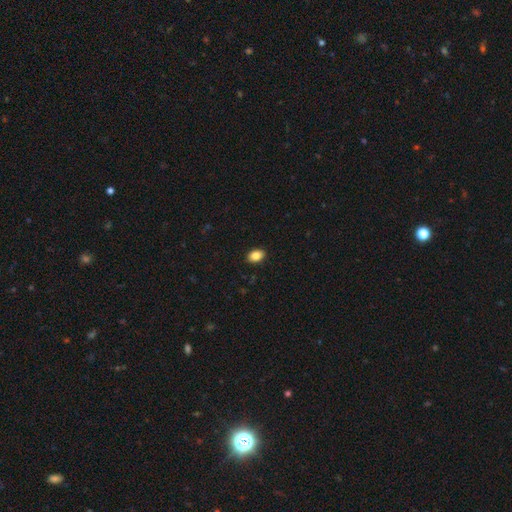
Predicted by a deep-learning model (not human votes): Q: Smooth or featured?
A: smooth (85%); runner-up: star or artifact (9%)
Q: How rounded?
A: in between (81%); runner-up: round (18%)
Q: Merging?
A: none (90%); runner-up: minor disturbance (7%)